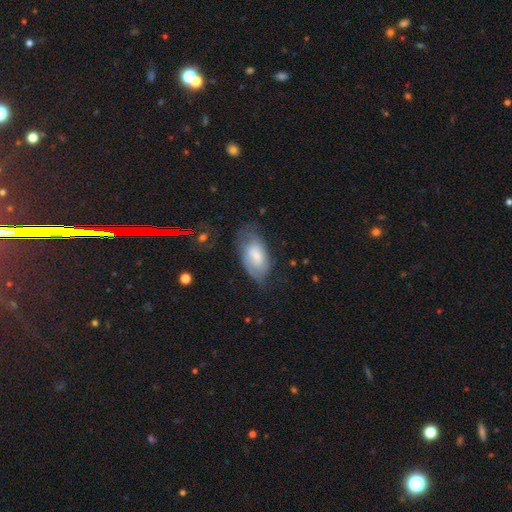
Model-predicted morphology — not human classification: Smooth or featured?
  - smooth: 50% *
  - featured or disk: 43%
  - star or artifact: 7%
Merging?
  - none: 48% *
  - minor disturbance: 32%
  - major disturbance: 18%
  - merger: 2%